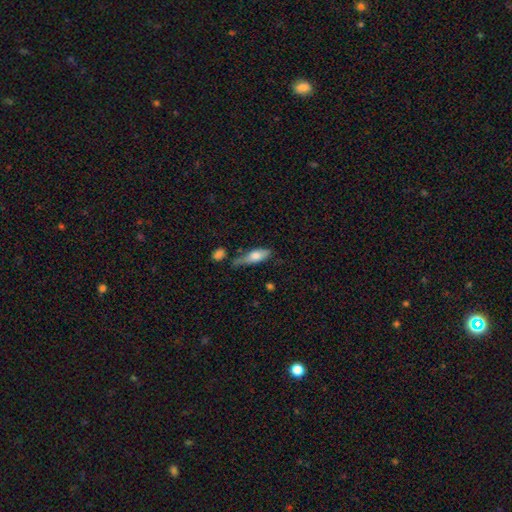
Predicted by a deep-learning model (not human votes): Smooth or featured: smooth — 69% (featured or disk — 25%)
How rounded: in between — 61% (cigar-shaped — 36%)
Merging: none — 47% (minor disturbance — 31%)